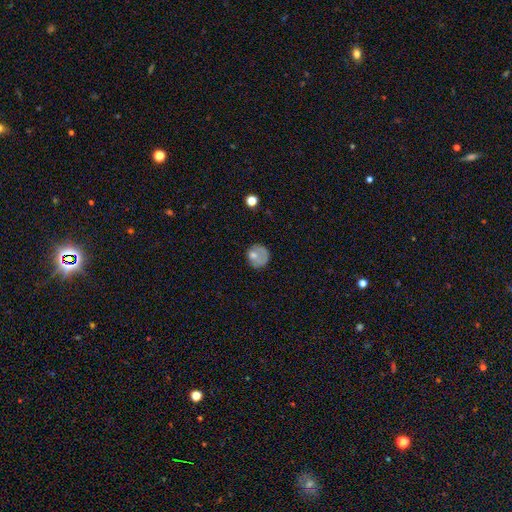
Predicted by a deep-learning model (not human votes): Overall: smooth (64%; featured or disk 27%). How rounded: round (80%). Merging: none (53%; minor disturbance 25%).